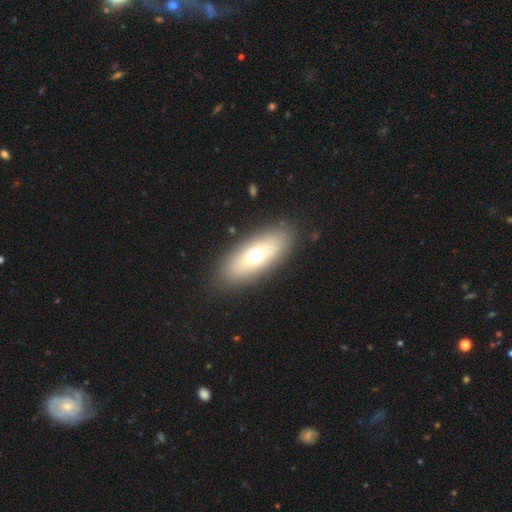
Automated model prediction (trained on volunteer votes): Smooth or featured: smooth — 63% (featured or disk — 27%)
How rounded: in between — 74% (cigar-shaped — 19%)
Merging: none — 87% (minor disturbance — 8%)